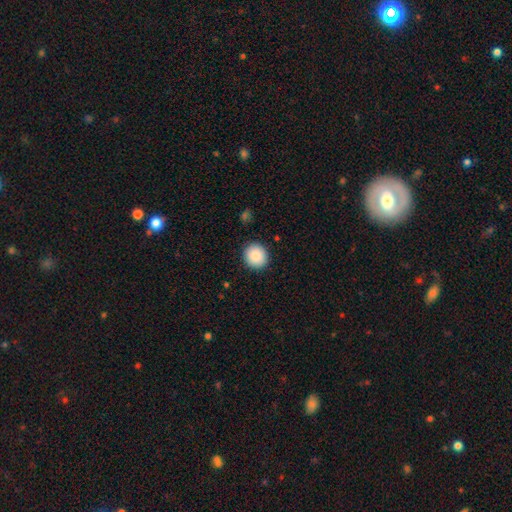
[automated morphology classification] Smooth or featured?
  - smooth: 89% *
  - star or artifact: 8%
  - featured or disk: 4%
How rounded?
  - round: 90% *
  - in between: 10%
  - cigar-shaped: 1%
Merging?
  - none: 91% *
  - minor disturbance: 6%
  - major disturbance: 2%
  - merger: 1%